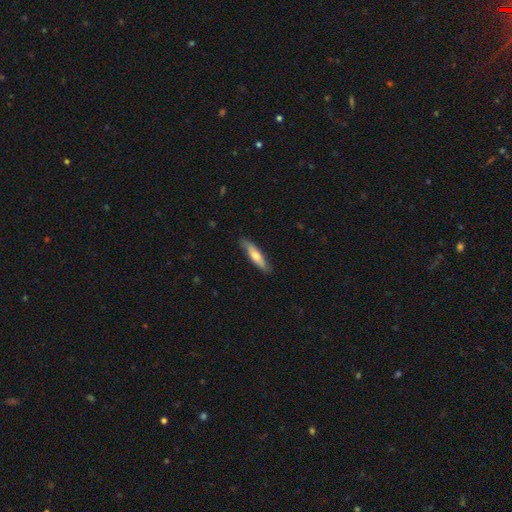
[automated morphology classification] Smooth or featured? smooth (62%)
How rounded? cigar-shaped (77%)
Merging? none (83%)